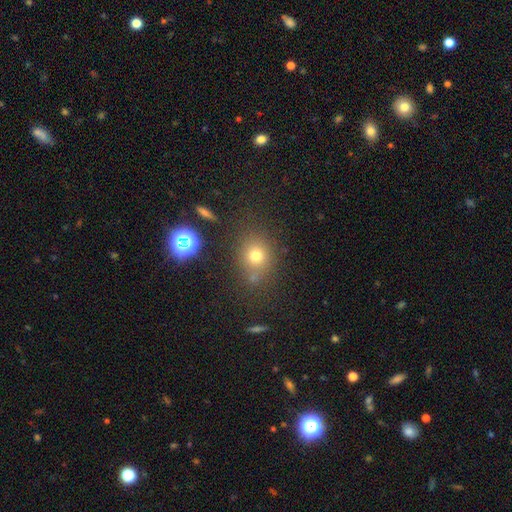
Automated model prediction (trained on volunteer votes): smooth-or-featured: smooth: 71% | star or artifact: 19% | featured or disk: 10%
  how-rounded: round: 72% | in between: 27% | cigar-shaped: 1%
  merging: none: 71% | minor disturbance: 14% | merger: 9% | major disturbance: 6%